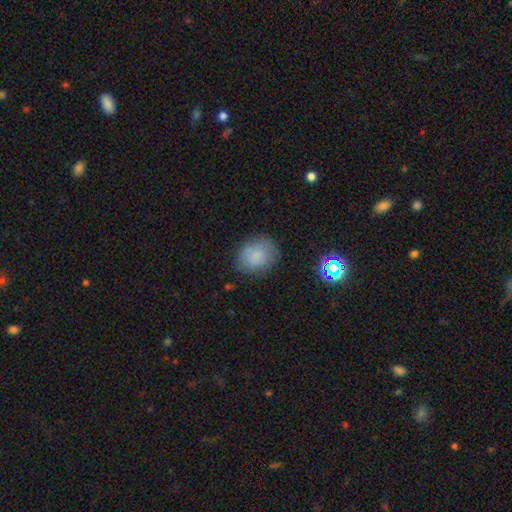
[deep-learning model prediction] Smooth or featured? Predicted: smooth (p=0.81). How rounded? Predicted: round (p=0.51). Merging? Predicted: none (p=0.79).